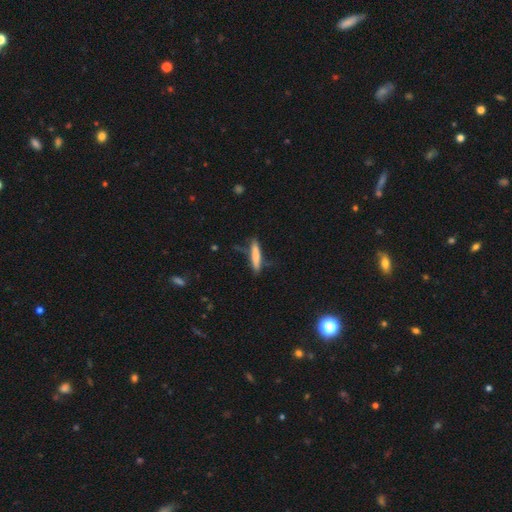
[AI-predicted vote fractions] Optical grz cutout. It shows a smooth galaxy with no disk features (70%) that is cigar-shaped (91%). Merging: none (69%).